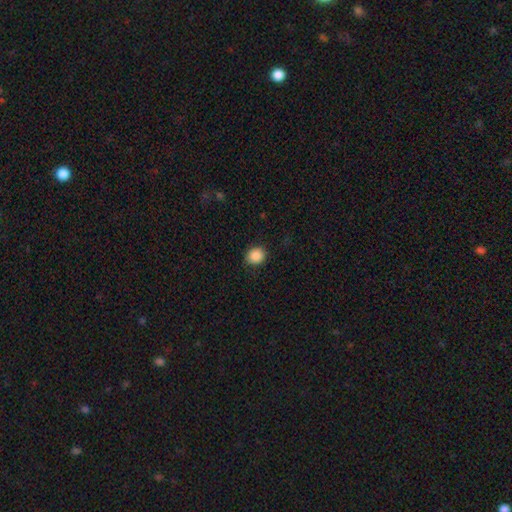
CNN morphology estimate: Smooth or featured?
  - smooth: 87% *
  - star or artifact: 9%
  - featured or disk: 3%
How rounded?
  - round: 83% *
  - in between: 16%
  - cigar-shaped: 1%
Merging?
  - none: 87% *
  - minor disturbance: 10%
  - major disturbance: 2%
  - merger: 1%